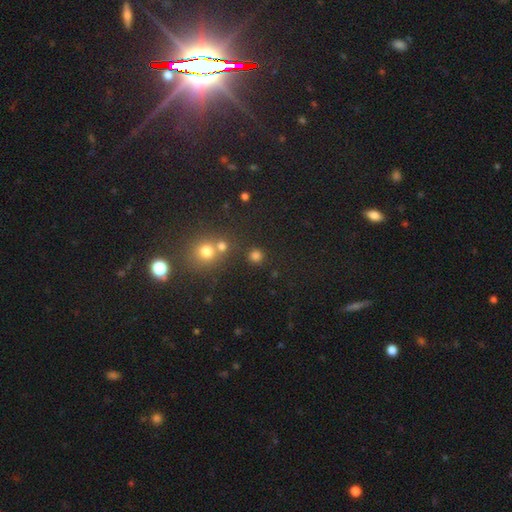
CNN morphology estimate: This is likely a smooth galaxy (78%). How rounded: clearly round (92%). Merging: clearly none (80%).